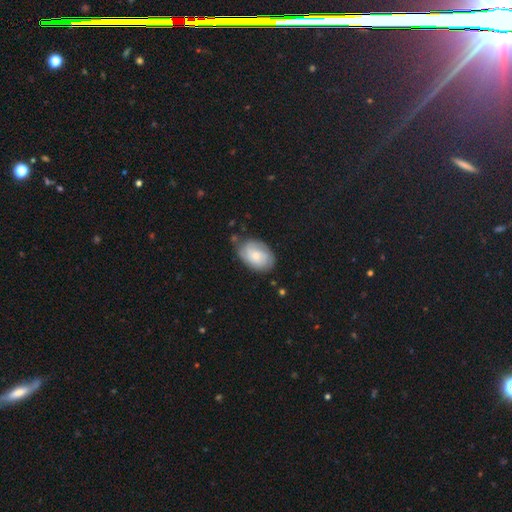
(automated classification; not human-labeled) Smooth or featured: smooth — 47% (featured or disk — 46%)
Merging: none — 68% (minor disturbance — 24%)